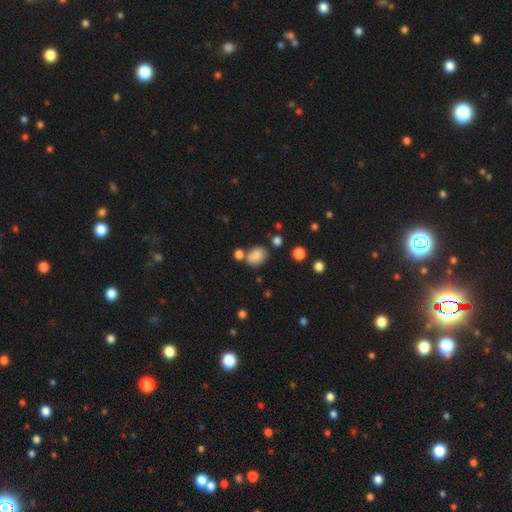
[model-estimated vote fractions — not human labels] Smooth or featured?
  - smooth: 83% *
  - star or artifact: 10%
  - featured or disk: 7%
How rounded?
  - in between: 68% *
  - round: 30%
  - cigar-shaped: 1%
Merging?
  - none: 64% *
  - merger: 17%
  - minor disturbance: 15%
  - major disturbance: 5%